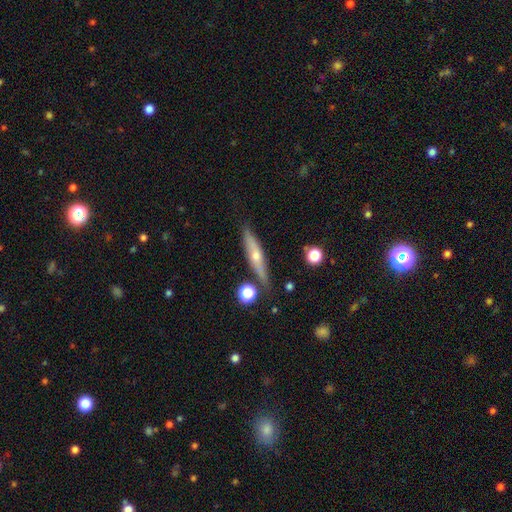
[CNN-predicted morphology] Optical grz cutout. It shows a featured or disk galaxy (58%) viewed edge-on (89%) with a rounded central bulge (84%). Merging: none (80%).